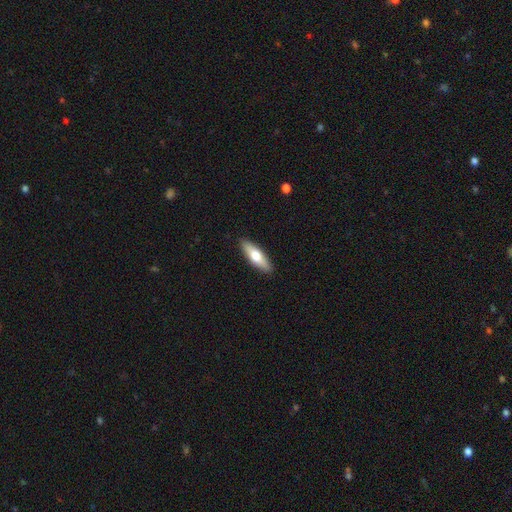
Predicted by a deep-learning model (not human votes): A smooth galaxy with no disk features (63%) that is cigar-shaped (51%).

Vote fractions:
- Smooth or featured? smooth: 63% / featured or disk: 31% / star or artifact: 6%
- How rounded? cigar-shaped: 51% / in between: 47% / round: 2%
- Merging? none: 90% / minor disturbance: 7% / major disturbance: 2% / merger: 1%